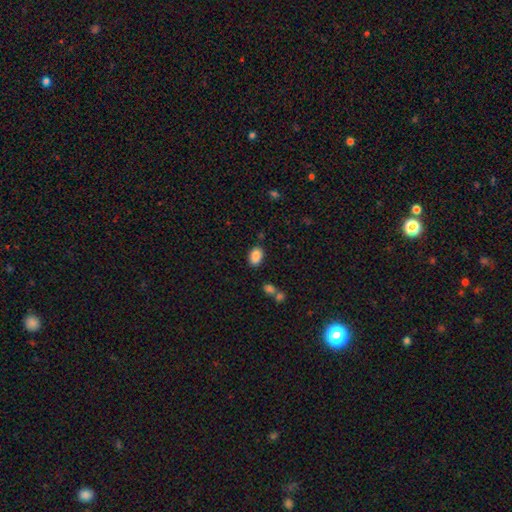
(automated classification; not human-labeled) This appears to be a smooth galaxy with no disk features (87%) that is in between round and cigar-shaped (86%). Merging: none (82%).